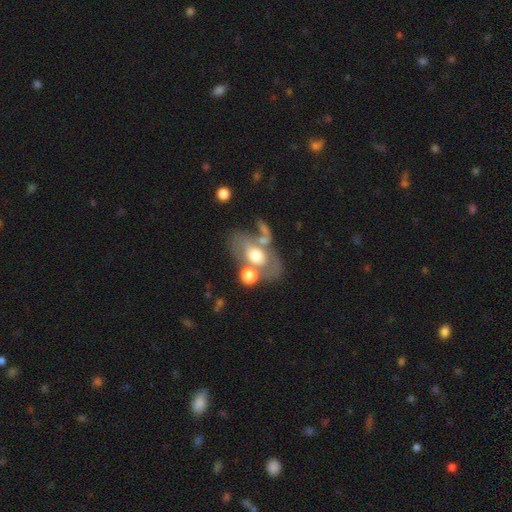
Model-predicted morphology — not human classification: type=featured or disk (49%); merging=none (36%).